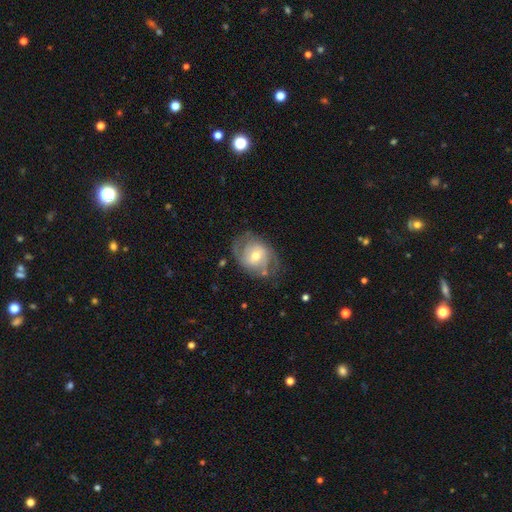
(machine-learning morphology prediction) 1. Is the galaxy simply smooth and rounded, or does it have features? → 70% featured or disk, 24% smooth, 6% star or artifact.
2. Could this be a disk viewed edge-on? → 96% no, 4% yes.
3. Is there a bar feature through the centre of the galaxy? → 45% no, 42% weak, 13% strong.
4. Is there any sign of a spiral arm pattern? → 81% yes, 19% no.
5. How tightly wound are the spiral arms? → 41% tight (tied), 41% medium (tied), 18% loose.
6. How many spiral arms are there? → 61% 2, 24% can't tell, 7% 3, 4% 1, 2% 4, 2% more than 4.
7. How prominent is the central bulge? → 66% moderate, 26% small, 6% large, 1% none, 1% dominant.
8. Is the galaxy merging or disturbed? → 63% none, 22% minor disturbance, 13% major disturbance, 2% merger.